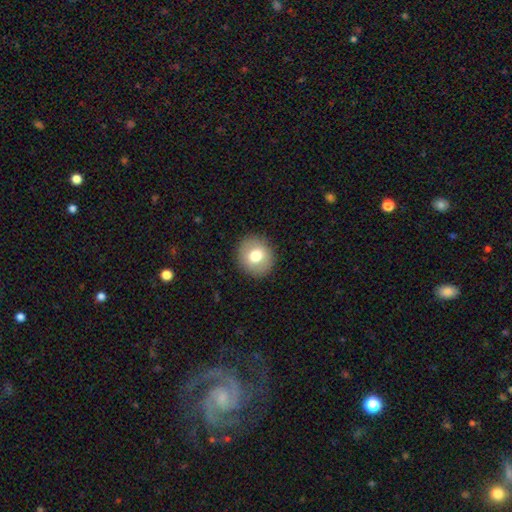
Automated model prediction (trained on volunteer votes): Overall: smooth (74%). How rounded: round (85%). Merging: none (91%).